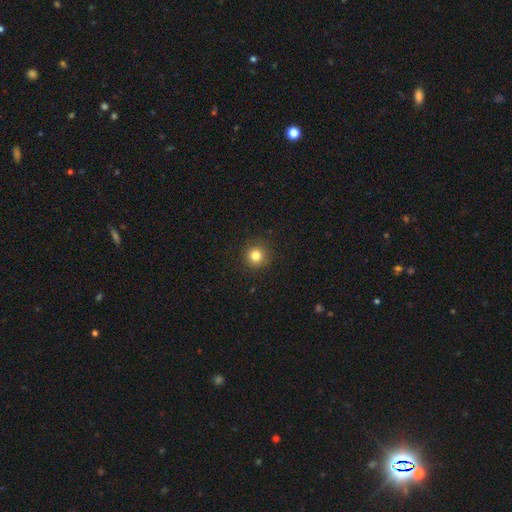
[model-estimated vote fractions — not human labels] This is clearly a smooth galaxy (82%). How rounded: clearly round (94%). Merging: clearly none (91%).